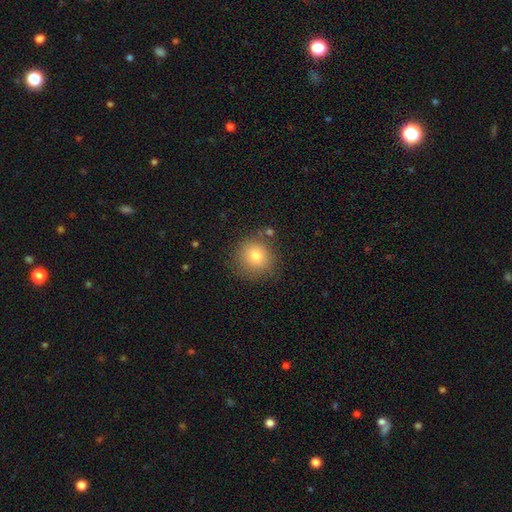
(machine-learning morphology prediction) smooth 79%, star or artifact 12%, featured or disk 10%. Down the decision tree: how rounded — round (91%); merging — none (82%).